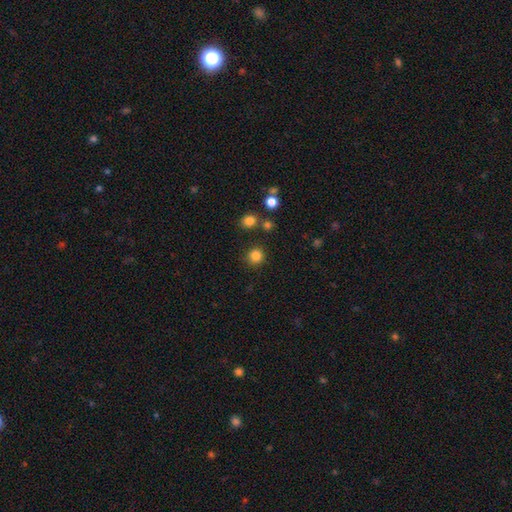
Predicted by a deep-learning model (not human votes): A smooth galaxy with no disk features (84%) that is round (92%).

Vote fractions:
- Smooth or featured? smooth: 84% / star or artifact: 12% / featured or disk: 4%
- How rounded? round: 92% / in between: 7% / cigar-shaped: 1%
- Merging? none: 86% / minor disturbance: 7% / merger: 4% / major disturbance: 3%